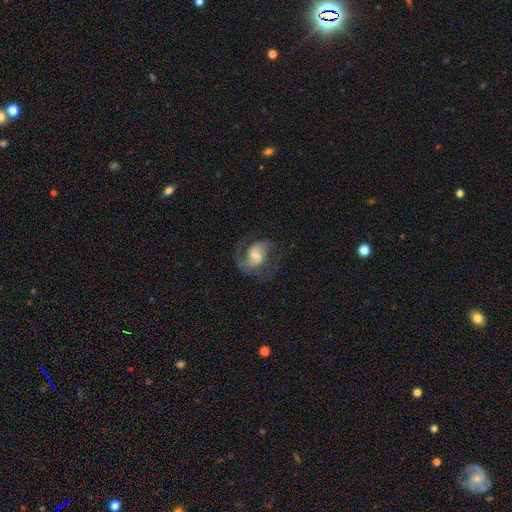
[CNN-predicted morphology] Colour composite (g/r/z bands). It shows a featured or disk galaxy (83%) with a weak bar (48%), 2 (79%) medium (53%) spiral arms (96%) and a small central bulge (42%, tied with moderate). Merging: none (64%).